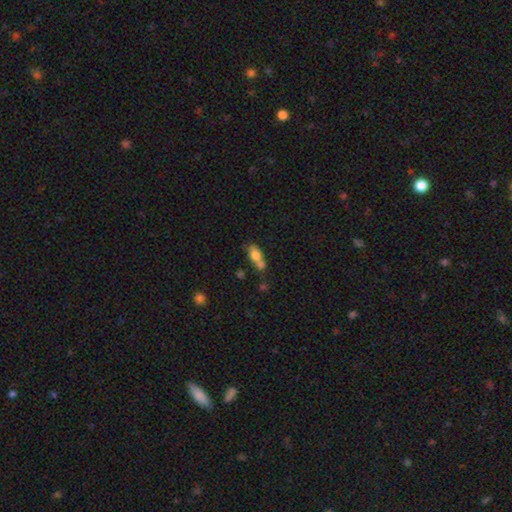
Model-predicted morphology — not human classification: The model was most divided on "merging": merger: 46%, none: 34%, minor disturbance: 14%, major disturbance: 6%. More confident: how rounded — in between (77%); smooth or featured — smooth (73%).